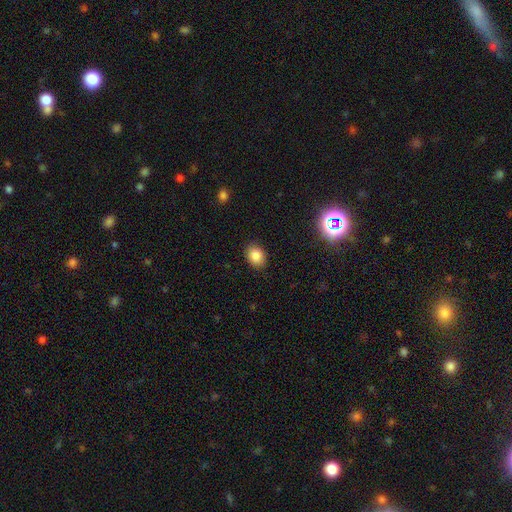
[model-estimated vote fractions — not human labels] smooth_or_featured: smooth (p=0.84) [alt: star or artifact p=0.10]
how_rounded: in between (p=0.61) [alt: round p=0.38]
merging: none (p=0.87) [alt: minor disturbance p=0.09]